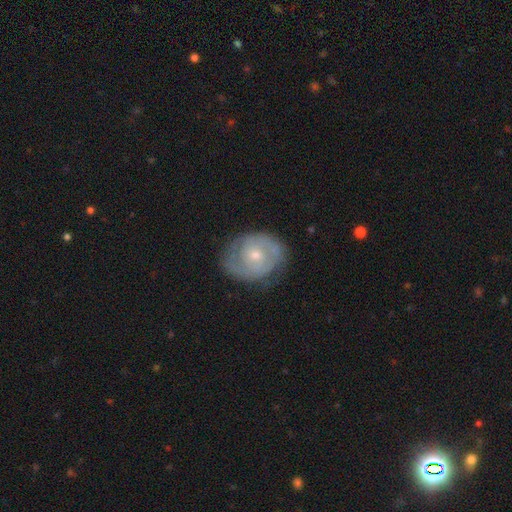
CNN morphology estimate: type=featured or disk (72%); edge-on=no (97%); bar=no (69%); spiral arms=yes (81%); winding=tight (56%); arm count=2 (59%); bulge=small (58%); merging=none (72%).